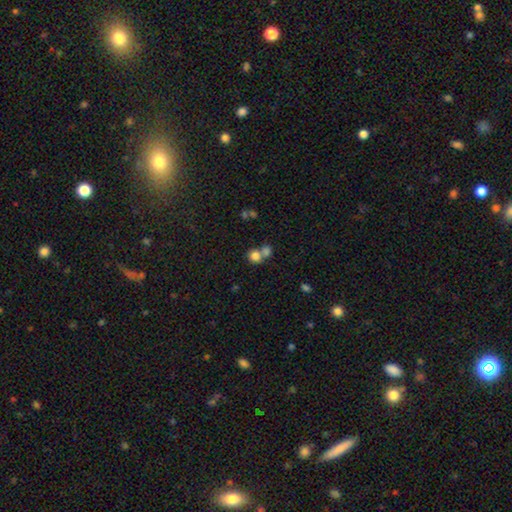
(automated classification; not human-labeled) Smooth or featured? Predicted: smooth (p=0.80). How rounded? Predicted: round (p=0.82). Merging? Predicted: merger (p=0.47).